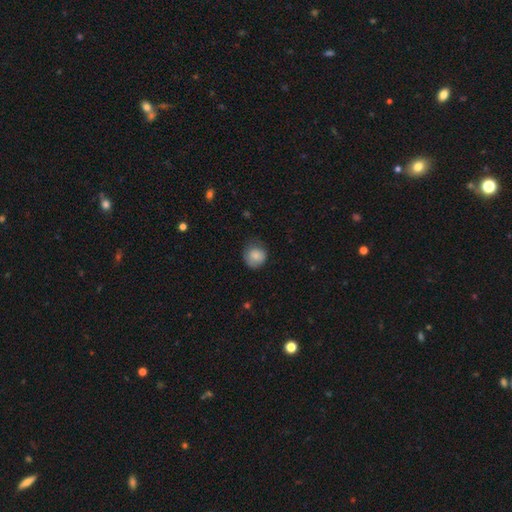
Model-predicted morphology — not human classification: smooth-or-featured: smooth: 84% | featured or disk: 8% | star or artifact: 8%
  how-rounded: round: 87% | in between: 12% | cigar-shaped: 1%
  merging: none: 65% | minor disturbance: 26% | major disturbance: 8% | merger: 1%